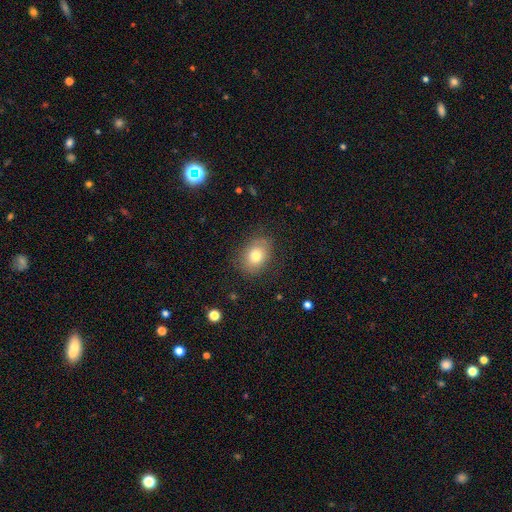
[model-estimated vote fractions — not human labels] This appears to be a smooth galaxy with no disk features (77%) that is in between round and cigar-shaped (69%). Merging: none (78%).